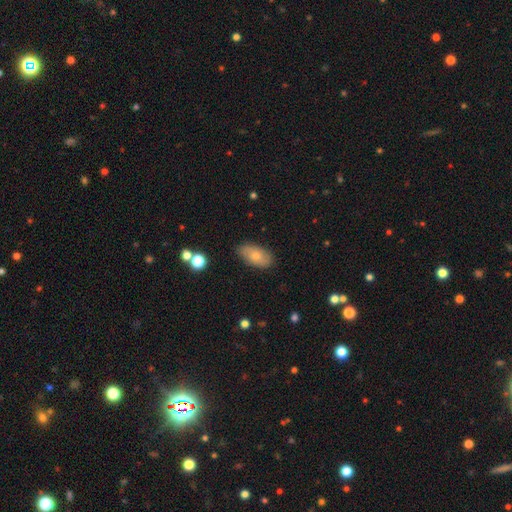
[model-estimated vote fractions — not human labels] smooth-or-featured: smooth: 74% | featured or disk: 19% | star or artifact: 7%
  how-rounded: in between: 93% | round: 4% | cigar-shaped: 3%
  merging: none: 83% | minor disturbance: 13% | major disturbance: 3% | merger: 1%